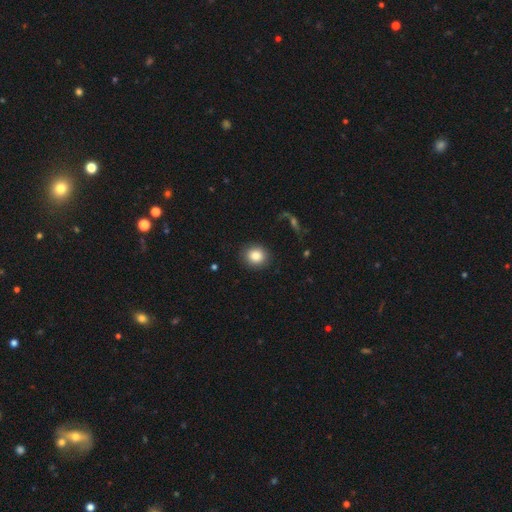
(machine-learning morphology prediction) Smooth or featured?
  - smooth: 84% *
  - star or artifact: 9%
  - featured or disk: 6%
How rounded?
  - round: 80% *
  - in between: 19%
  - cigar-shaped: 1%
Merging?
  - none: 89% *
  - minor disturbance: 8%
  - major disturbance: 2%
  - merger: 1%